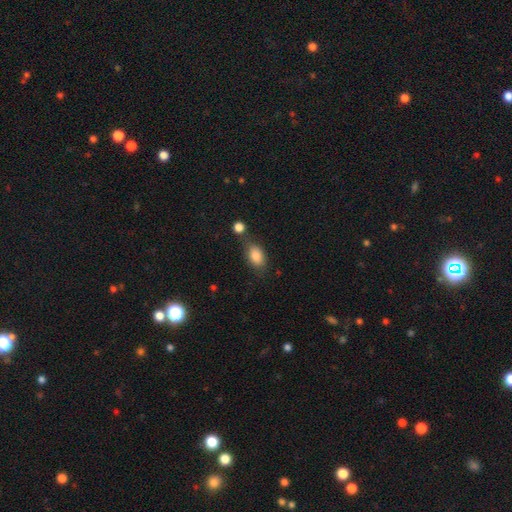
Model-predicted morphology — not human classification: Smooth or featured?
  - smooth: 84% *
  - star or artifact: 8%
  - featured or disk: 8%
How rounded?
  - in between: 86% *
  - round: 11%
  - cigar-shaped: 3%
Merging?
  - none: 65% *
  - minor disturbance: 18%
  - merger: 11%
  - major disturbance: 5%